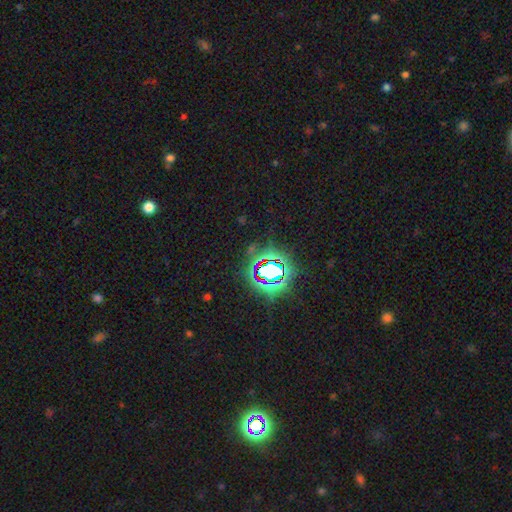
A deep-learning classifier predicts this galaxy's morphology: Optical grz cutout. It shows a star or artifact, not a galaxy (82%).